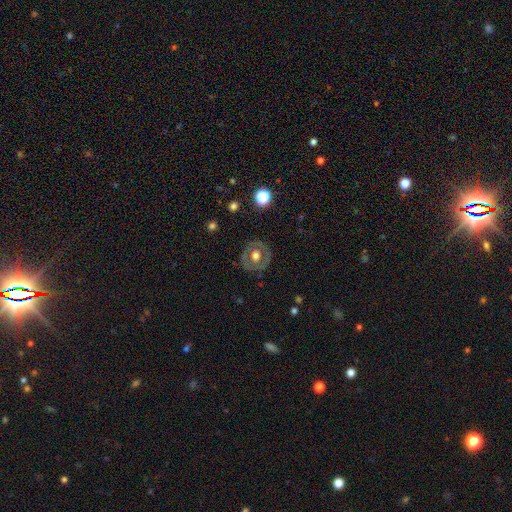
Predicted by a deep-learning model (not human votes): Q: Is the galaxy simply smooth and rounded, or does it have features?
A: featured or disk — 54%.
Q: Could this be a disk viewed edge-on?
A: no — 95%.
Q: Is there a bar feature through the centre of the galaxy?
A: no — 85%.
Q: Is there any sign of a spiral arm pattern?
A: no — 86%.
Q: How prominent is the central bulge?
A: moderate — 58%.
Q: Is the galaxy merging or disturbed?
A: none — 80%.